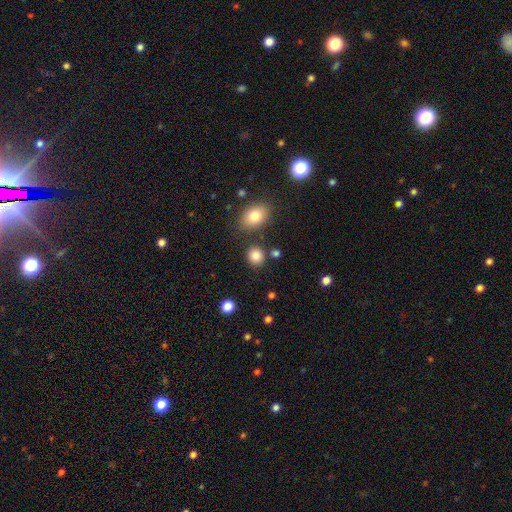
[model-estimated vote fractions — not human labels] smooth-or-featured: smooth: 84% | star or artifact: 11% | featured or disk: 5%
  how-rounded: round: 81% | in between: 18% | cigar-shaped: 1%
  merging: none: 83% | minor disturbance: 8% | merger: 6% | major disturbance: 3%